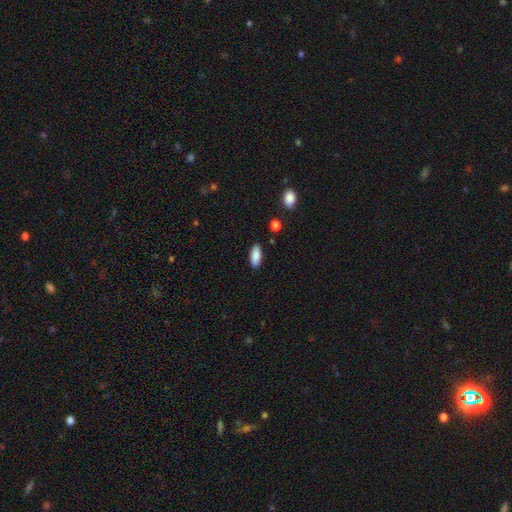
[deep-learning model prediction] Overall: smooth (88%). How rounded: in between (78%). Merging: none (87%).